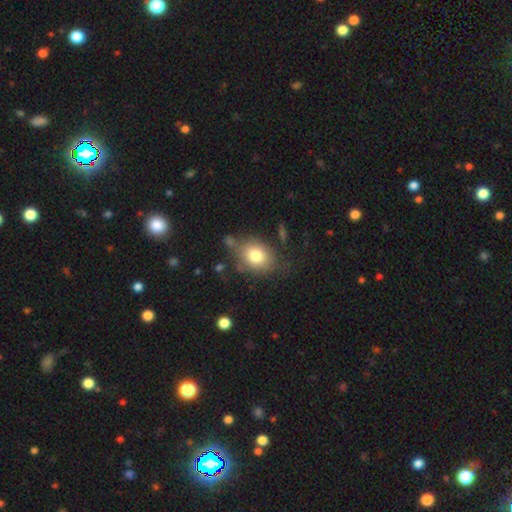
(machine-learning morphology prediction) Overall: smooth (78%). How rounded: in between (52%; round 47%). Merging: none (66%).